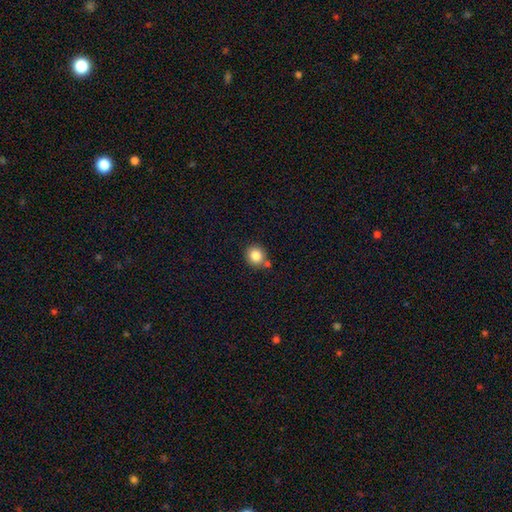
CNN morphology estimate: smooth 84%, star or artifact 10%, featured or disk 7%. Down the decision tree: how rounded — round (87%); merging — none (73%).